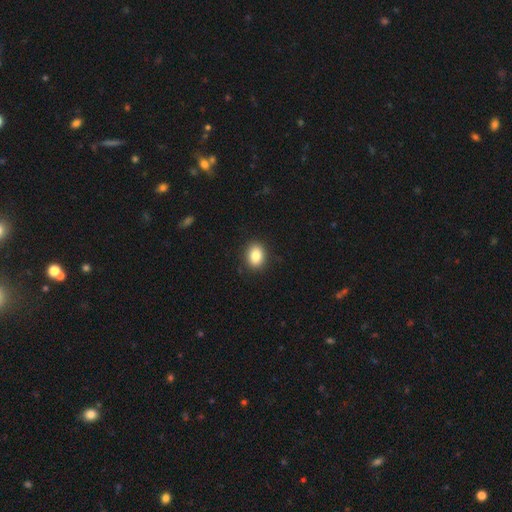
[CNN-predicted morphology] This is clearly a smooth galaxy (85%). How rounded: likely in between (64%). Merging: clearly none (89%).